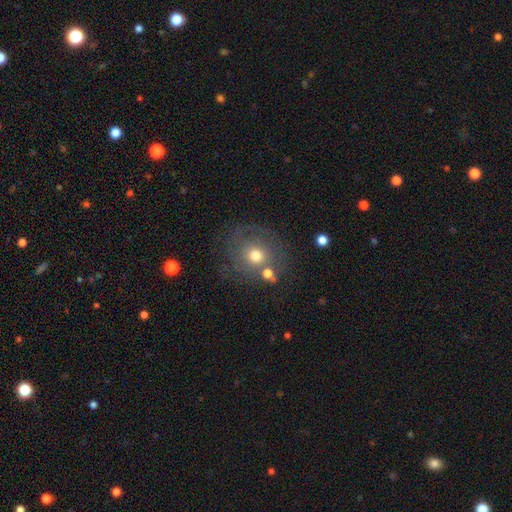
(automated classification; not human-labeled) Smooth or featured?
  - smooth: 65% *
  - featured or disk: 21%
  - star or artifact: 14%
How rounded?
  - round: 85% *
  - in between: 14%
  - cigar-shaped: 1%
Merging?
  - none: 64% *
  - minor disturbance: 16%
  - merger: 11%
  - major disturbance: 9%